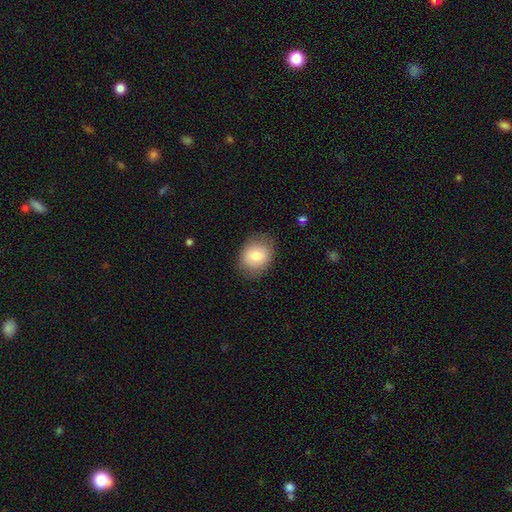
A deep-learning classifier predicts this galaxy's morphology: A smooth galaxy with no disk features (77%) that is round (55%). Merging: none (80%).